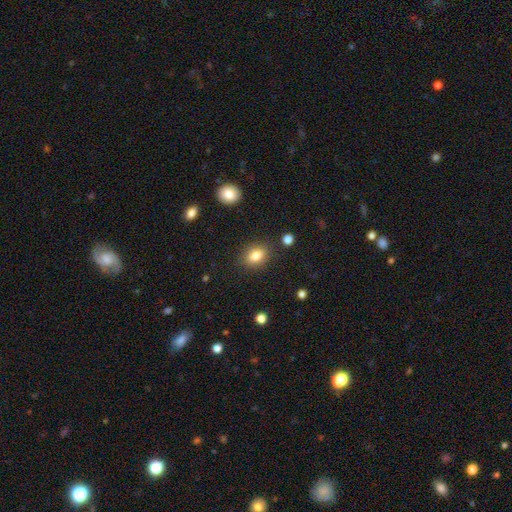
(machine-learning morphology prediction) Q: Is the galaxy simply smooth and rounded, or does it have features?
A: smooth — 83%.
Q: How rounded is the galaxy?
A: in between — 69%.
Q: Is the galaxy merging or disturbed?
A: none — 85%.